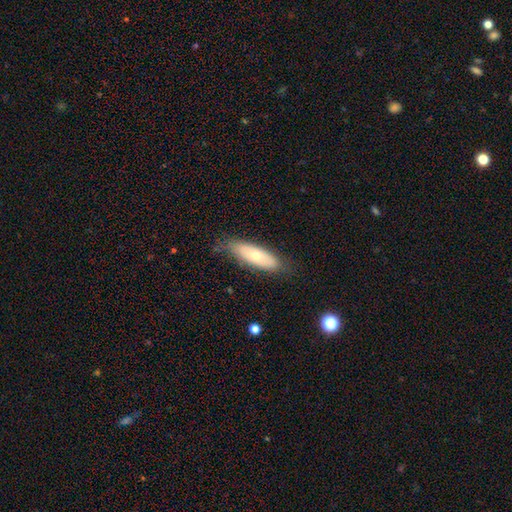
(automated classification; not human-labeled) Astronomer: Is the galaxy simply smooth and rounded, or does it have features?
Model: smooth — 61%.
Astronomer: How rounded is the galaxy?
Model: in between — 59% (runner-up: cigar-shaped, 38%).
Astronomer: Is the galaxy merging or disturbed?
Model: none — 72%.